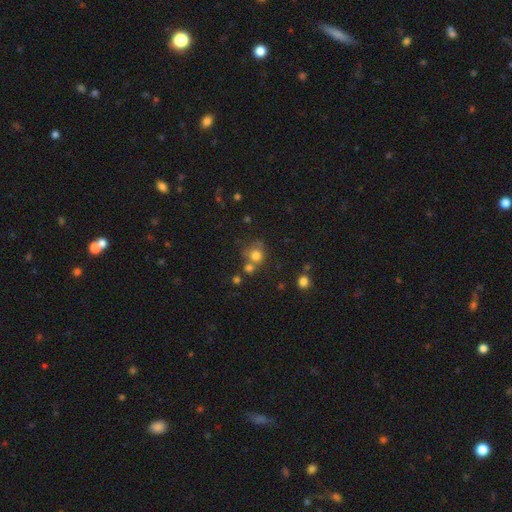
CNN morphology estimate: smooth_or_featured: smooth (p=0.74) [alt: star or artifact p=0.15]
how_rounded: round (p=0.83) [alt: in between p=0.16]
merging: none (p=0.49) [alt: merger p=0.32]